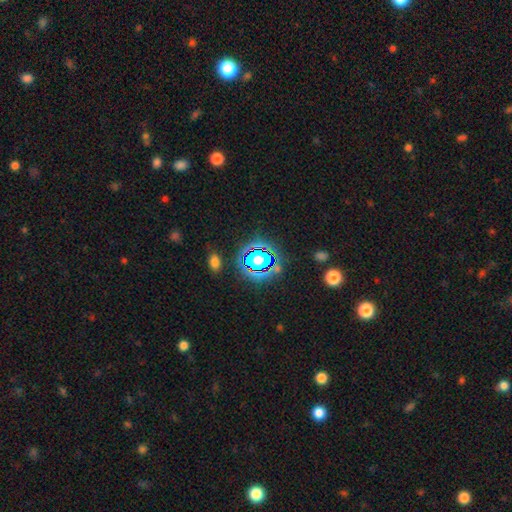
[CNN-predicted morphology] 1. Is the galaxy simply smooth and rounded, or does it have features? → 56% star or artifact, 32% smooth, 12% featured or disk.